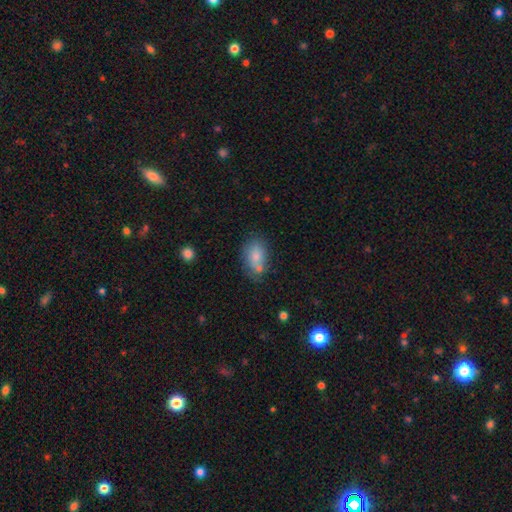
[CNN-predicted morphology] This appears to be a smooth galaxy with no disk features (79%) that is in between round and cigar-shaped (87%). Merging: none (56%).